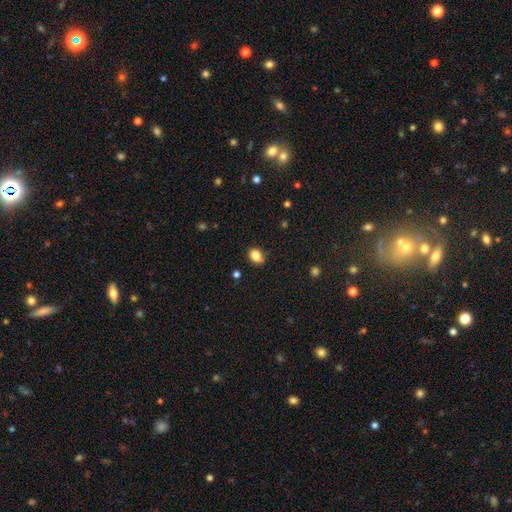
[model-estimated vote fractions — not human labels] This appears to be a smooth galaxy with no disk features (86%) that is in between round and cigar-shaped (77%). Merging: none (87%).